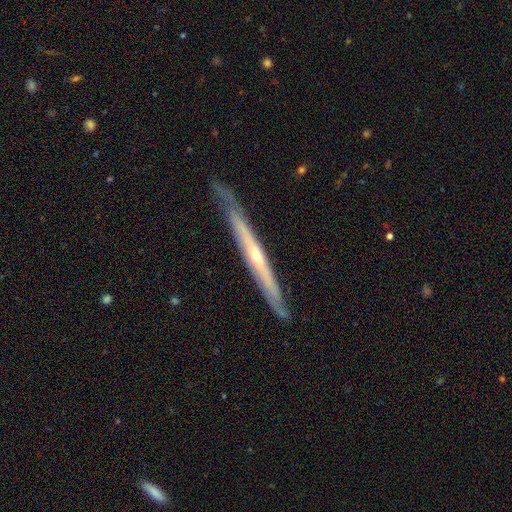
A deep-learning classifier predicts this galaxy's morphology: A featured or disk galaxy (78%) viewed edge-on (94%) with a rounded central bulge (63%).

Vote fractions:
- Smooth or featured? featured or disk: 78% / smooth: 17% / star or artifact: 5%
- Edge-on disk? yes: 94% / no: 6%
- Edge-on bulge? rounded: 63% / none: 34% / boxy: 2%
- Merging? none: 77% / minor disturbance: 19% / major disturbance: 3% / merger: 1%